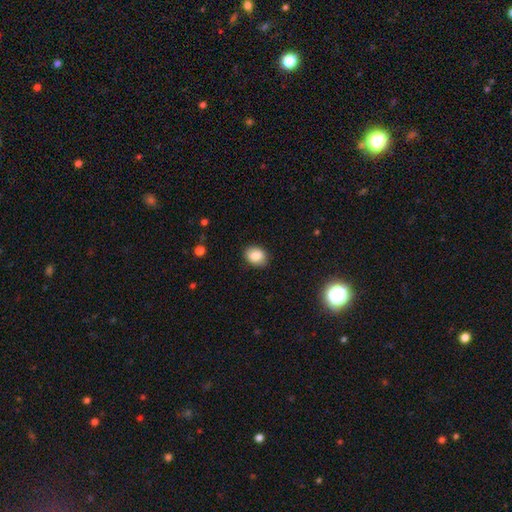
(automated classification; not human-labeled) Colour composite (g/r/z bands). It shows a smooth galaxy with no disk features (85%) that is in between round and cigar-shaped (57%). Merging: none (85%).